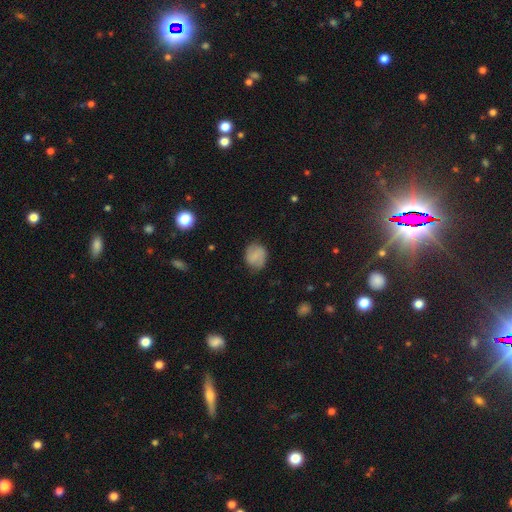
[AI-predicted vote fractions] This appears to be a smooth galaxy with no disk features (72%) that is round (65%). Merging: none (74%).